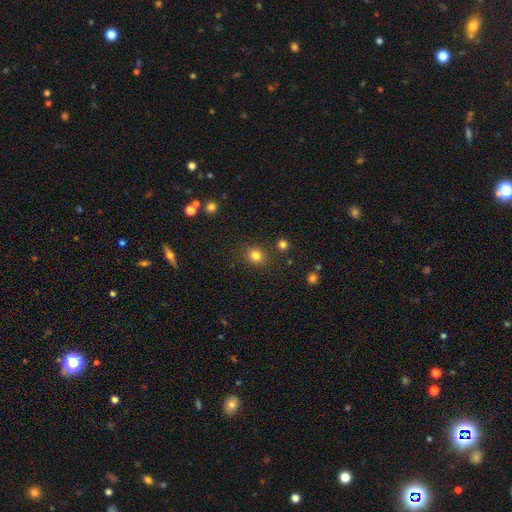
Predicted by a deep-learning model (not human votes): Smooth or featured: smooth — 81% (star or artifact — 13%)
How rounded: round — 80% (in between — 19%)
Merging: none — 86% (minor disturbance — 8%)